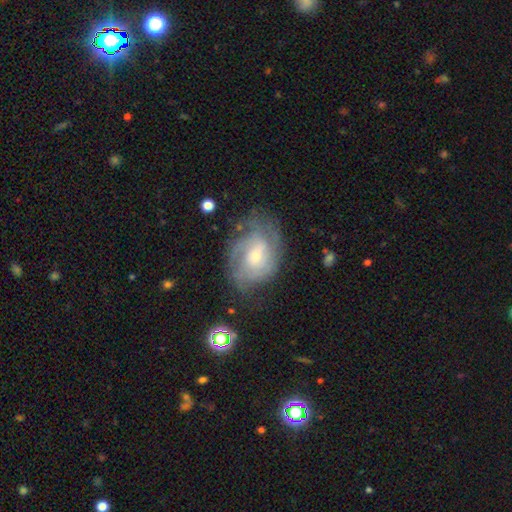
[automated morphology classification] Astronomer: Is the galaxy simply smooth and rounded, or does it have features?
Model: featured or disk — 75%.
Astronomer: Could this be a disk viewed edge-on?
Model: no — 97%.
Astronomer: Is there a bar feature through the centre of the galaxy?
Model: no — 52% (runner-up: weak, 41%).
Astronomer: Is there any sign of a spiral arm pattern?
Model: yes — 89%.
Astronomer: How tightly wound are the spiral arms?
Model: tight — 52% (runner-up: medium, 37%).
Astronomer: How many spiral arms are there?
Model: can't tell — 42% (runner-up: 2, 23%).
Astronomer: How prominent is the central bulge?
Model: moderate — 46% (runner-up: small, 44%).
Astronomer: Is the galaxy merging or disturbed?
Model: none — 63%.